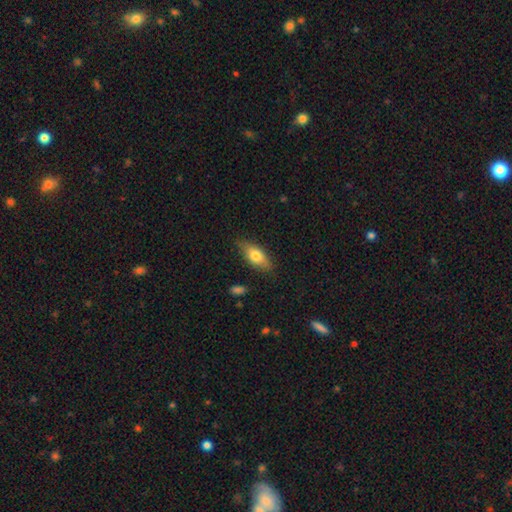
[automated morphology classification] A smooth galaxy with no disk features (71%) that is in between round and cigar-shaped (77%).

Vote fractions:
- Smooth or featured? smooth: 71% / featured or disk: 22% / star or artifact: 7%
- How rounded? in between: 77% / cigar-shaped: 19% / round: 4%
- Merging? none: 81% / minor disturbance: 15% / major disturbance: 3% / merger: 1%